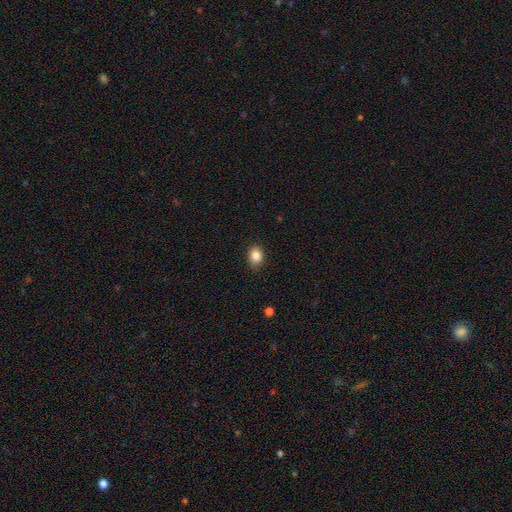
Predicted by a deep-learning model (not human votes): Morphology: type=smooth (86%); roundness=in between (61%); merging=none (86%).